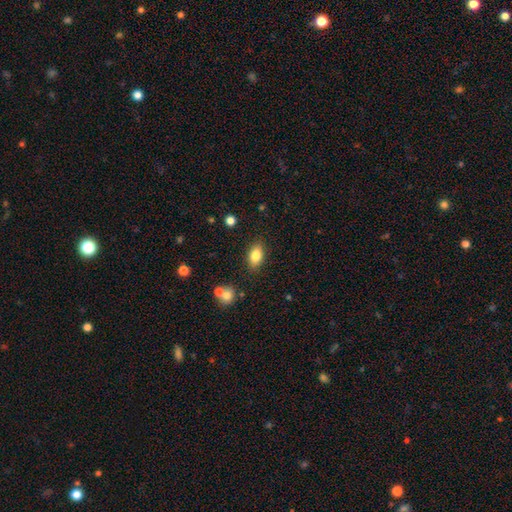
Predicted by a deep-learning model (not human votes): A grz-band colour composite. It shows a smooth galaxy with no disk features (81%) that is in between round and cigar-shaped (89%). Merging: none (85%).